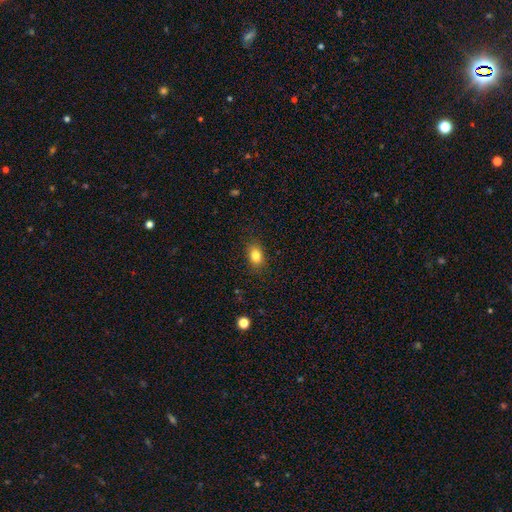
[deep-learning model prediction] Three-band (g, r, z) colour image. It shows a smooth galaxy with no disk features (83%) that is in between round and cigar-shaped (70%). Merging: none (86%).